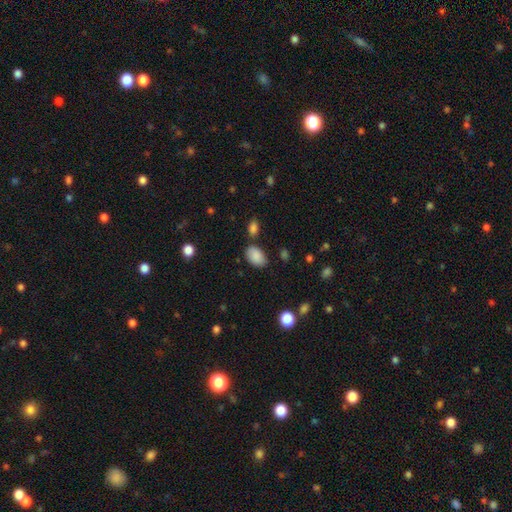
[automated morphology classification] smooth 87%, star or artifact 8%, featured or disk 5%. Down the decision tree: how rounded — in between (89%); merging — none (75%).